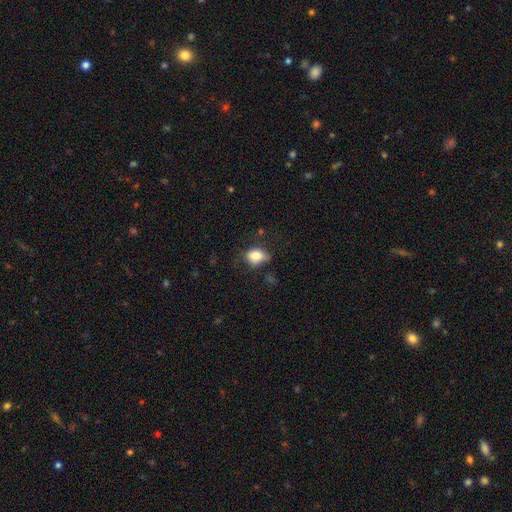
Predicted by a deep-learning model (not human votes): Overall: smooth (81%). How rounded: in between (62%; round 36%). Merging: none (54%; minor disturbance 31%).